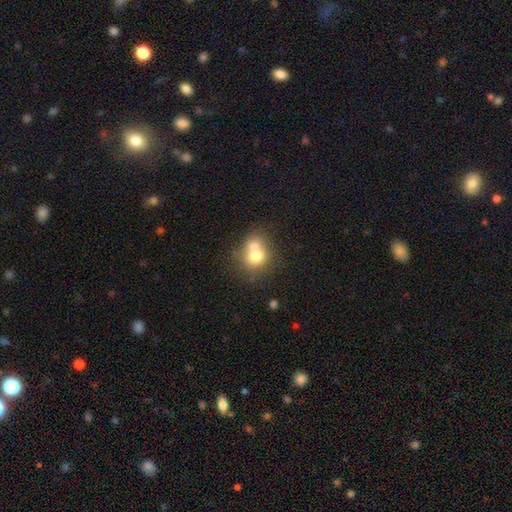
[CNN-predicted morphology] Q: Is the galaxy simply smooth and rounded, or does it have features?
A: smooth — 70%.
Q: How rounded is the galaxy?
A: round — 76%.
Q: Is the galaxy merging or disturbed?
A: merger — 53%.